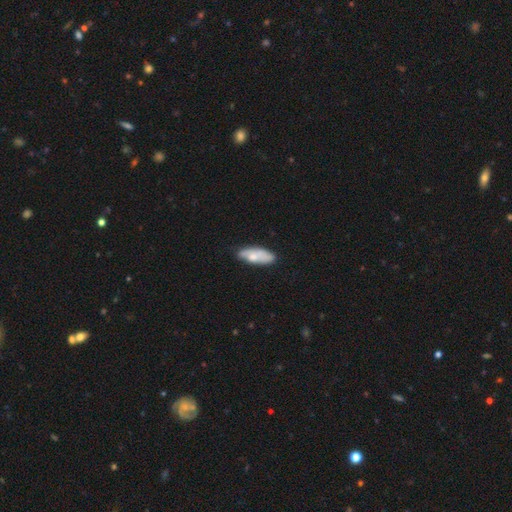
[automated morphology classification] A smooth galaxy with no disk features (65%) that is in between round and cigar-shaped (71%). Merging: none (64%).